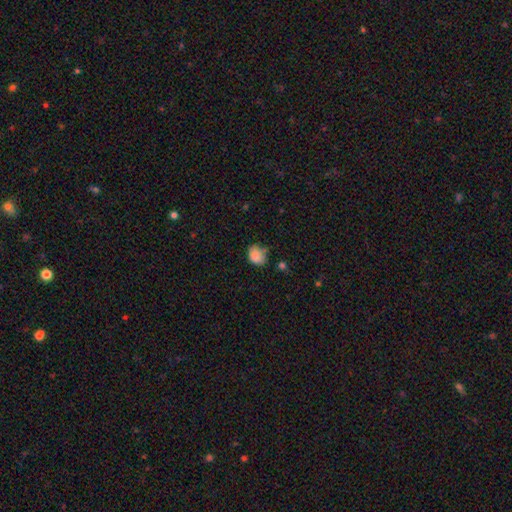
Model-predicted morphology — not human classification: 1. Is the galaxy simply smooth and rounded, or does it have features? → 85% smooth, 10% star or artifact, 5% featured or disk.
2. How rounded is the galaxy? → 62% in between, 37% round, 1% cigar-shaped.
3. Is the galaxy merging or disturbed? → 56% none, 31% minor disturbance, 8% major disturbance, 5% merger.